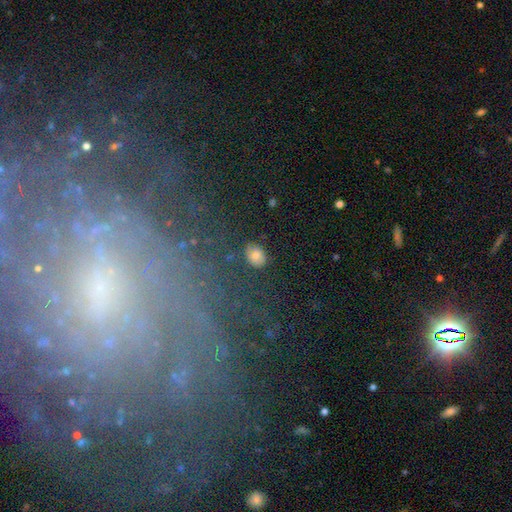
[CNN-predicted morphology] type=smooth (77%); roundness=in between (57%); merging=none (81%).